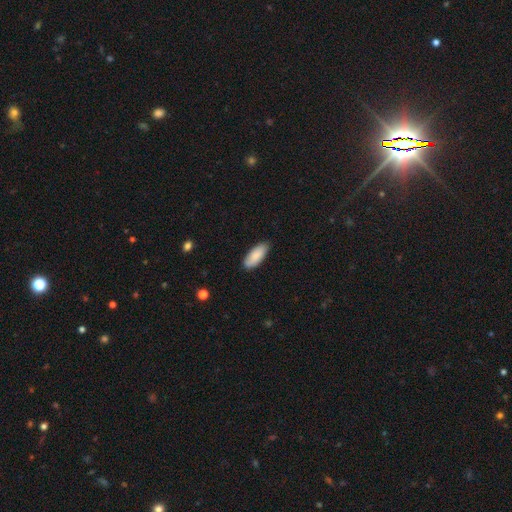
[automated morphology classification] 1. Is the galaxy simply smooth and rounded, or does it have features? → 88% smooth, 6% featured or disk, 6% star or artifact.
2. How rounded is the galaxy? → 81% in between, 17% cigar-shaped, 2% round.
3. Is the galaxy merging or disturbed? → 84% none, 13% minor disturbance, 2% major disturbance, 1% merger.